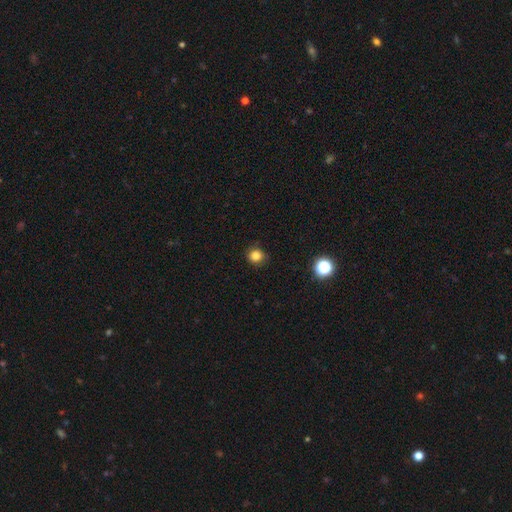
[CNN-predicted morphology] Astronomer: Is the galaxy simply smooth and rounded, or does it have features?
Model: smooth — 83%.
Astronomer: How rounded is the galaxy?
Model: round — 88%.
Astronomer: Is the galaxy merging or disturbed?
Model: none — 85%.